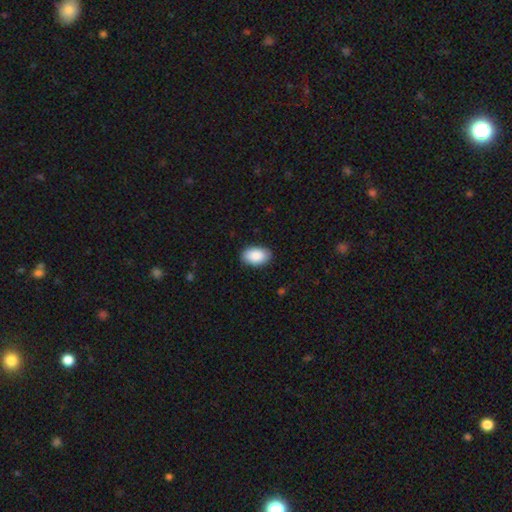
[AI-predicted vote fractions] A smooth galaxy with no disk features (89%) that is in between round and cigar-shaped (93%). Merging: none (87%).